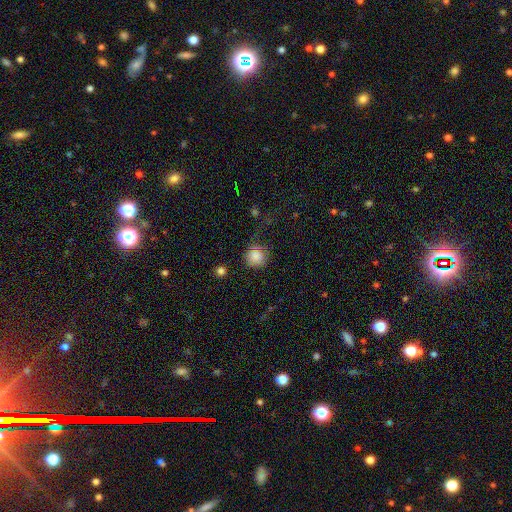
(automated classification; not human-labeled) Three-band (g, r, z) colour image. It shows a smooth galaxy with no disk features (78%) that is round (91%). Merging: none (68%).